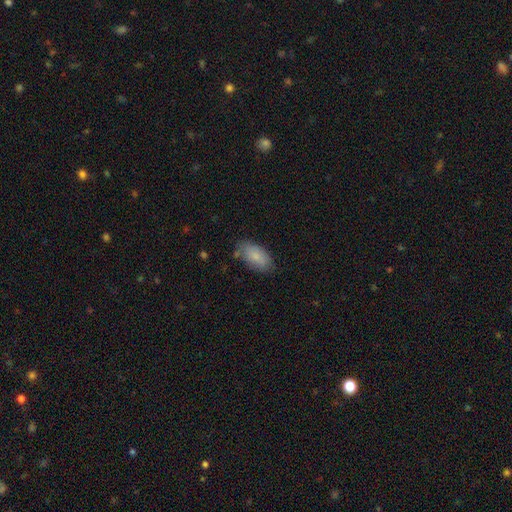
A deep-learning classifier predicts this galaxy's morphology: smooth 84%, featured or disk 10%, star or artifact 6%. Down the decision tree: how rounded — in between (93%); merging — none (75%).